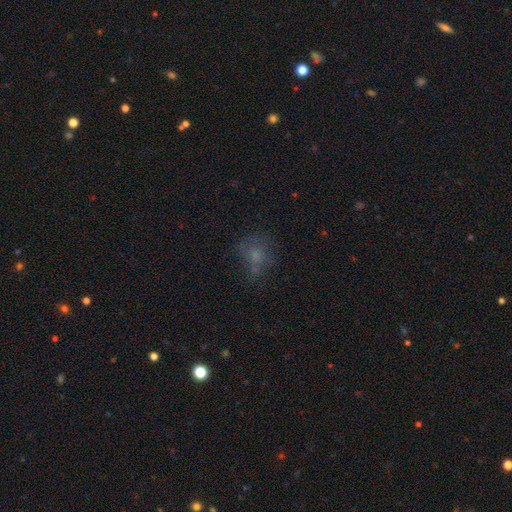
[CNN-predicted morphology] Smooth or featured: smooth — 54% (featured or disk — 25%)
How rounded: round — 66% (in between — 33%)
Merging: none — 52% (minor disturbance — 22%)